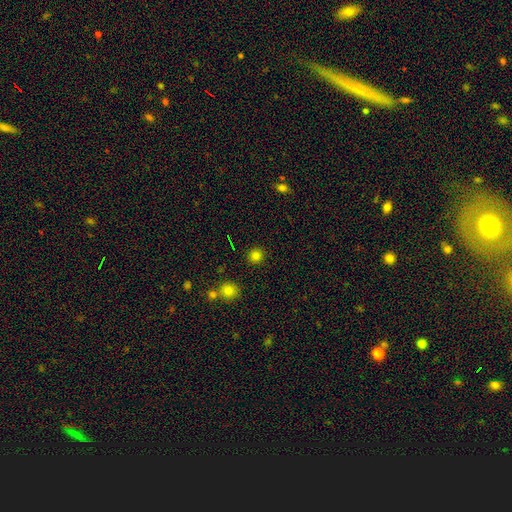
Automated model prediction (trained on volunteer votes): A smooth galaxy with no disk features (81%) that is round (93%).

Vote fractions:
- Smooth or featured? smooth: 81% / star or artifact: 15% / featured or disk: 4%
- How rounded? round: 93% / in between: 6% / cigar-shaped: 1%
- Merging? none: 90% / minor disturbance: 5% / merger: 3% / major disturbance: 2%